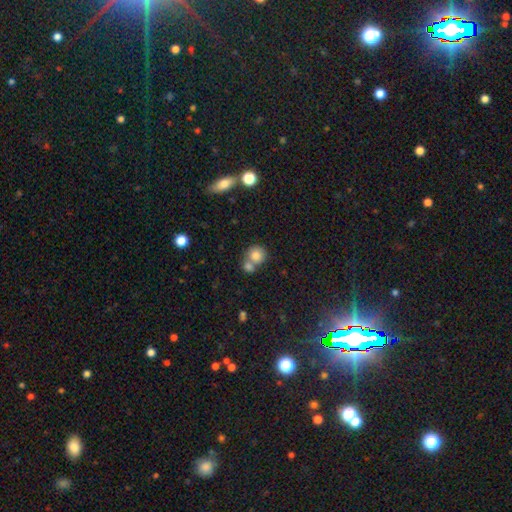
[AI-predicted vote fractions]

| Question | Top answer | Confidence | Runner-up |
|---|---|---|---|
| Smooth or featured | smooth | 79% | featured or disk (11%) |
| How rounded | round | 84% | in between (15%) |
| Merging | merger | 46% | none (43%) |